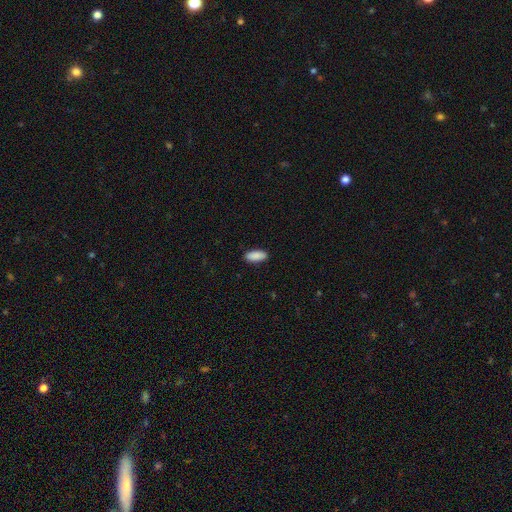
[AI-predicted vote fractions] Smooth or featured?
  - smooth: 90% *
  - star or artifact: 6%
  - featured or disk: 4%
How rounded?
  - in between: 82% *
  - cigar-shaped: 16%
  - round: 2%
Merging?
  - none: 90% *
  - minor disturbance: 8%
  - major disturbance: 2%
  - merger: 1%